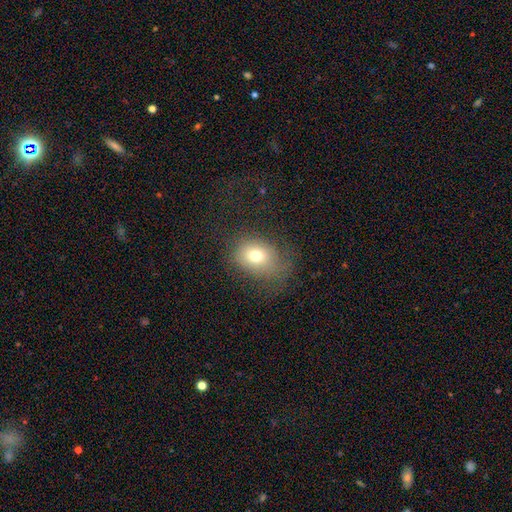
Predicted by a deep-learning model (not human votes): Q: Smooth or featured?
A: smooth (72%); runner-up: star or artifact (14%)
Q: How rounded?
A: round (50%); runner-up: in between (49%)
Q: Merging?
A: none (63%); runner-up: minor disturbance (20%)